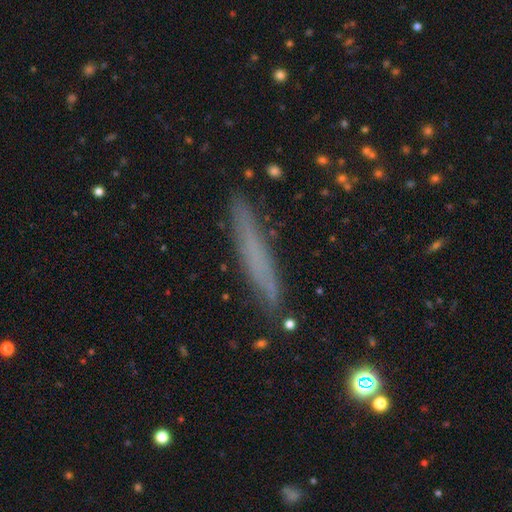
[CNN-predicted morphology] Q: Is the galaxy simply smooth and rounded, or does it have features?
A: smooth — 58%.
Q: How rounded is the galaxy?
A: cigar-shaped — 94%.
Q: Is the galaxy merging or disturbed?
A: none — 83%.